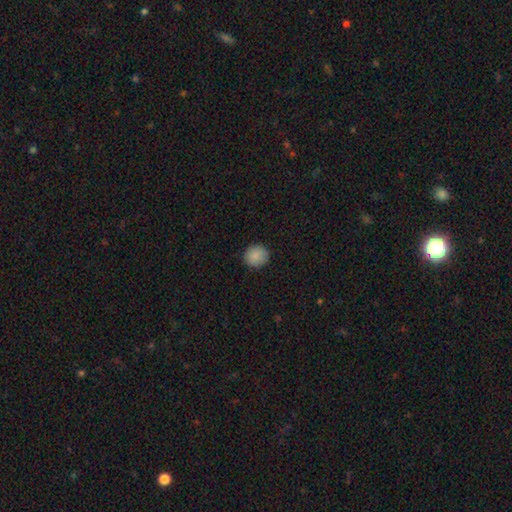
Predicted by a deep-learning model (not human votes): smooth_or_featured: smooth (p=0.89) [alt: star or artifact p=0.08]
how_rounded: round (p=0.88) [alt: in between p=0.11]
merging: none (p=0.90) [alt: minor disturbance p=0.07]